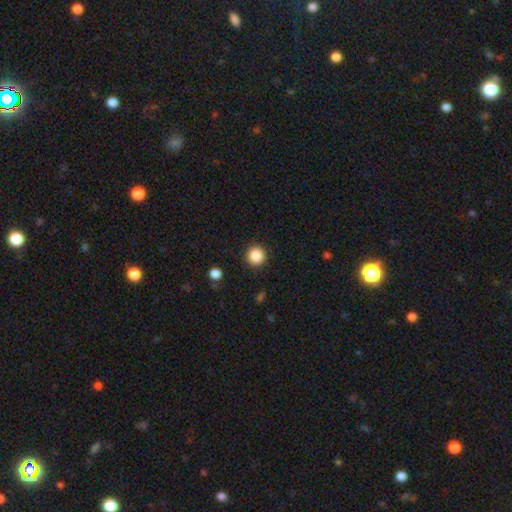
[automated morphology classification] Smooth or featured?
  - smooth: 87% *
  - star or artifact: 10%
  - featured or disk: 3%
How rounded?
  - round: 95% *
  - in between: 4%
  - cigar-shaped: 1%
Merging?
  - none: 91% *
  - minor disturbance: 5%
  - major disturbance: 2%
  - merger: 1%